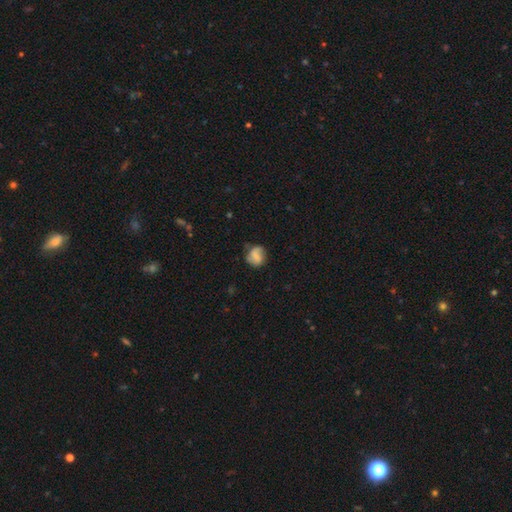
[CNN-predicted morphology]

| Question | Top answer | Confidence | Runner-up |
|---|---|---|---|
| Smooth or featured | smooth | 56% | featured or disk (34%) |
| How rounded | round | 70% | in between (28%) |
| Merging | none | 62% | minor disturbance (26%) |